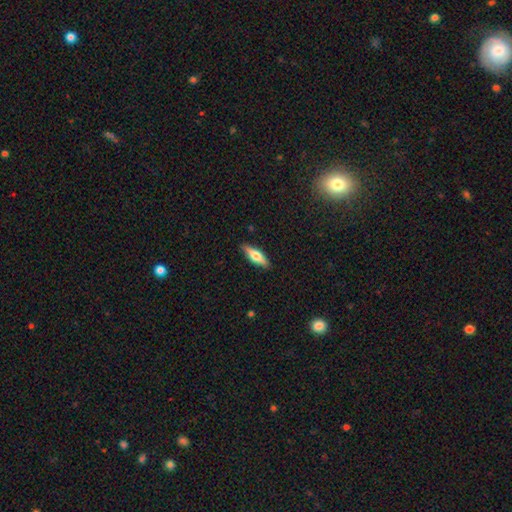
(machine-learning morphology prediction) A smooth galaxy with no disk features (54%) that is cigar-shaped (53%). Merging: none (89%).